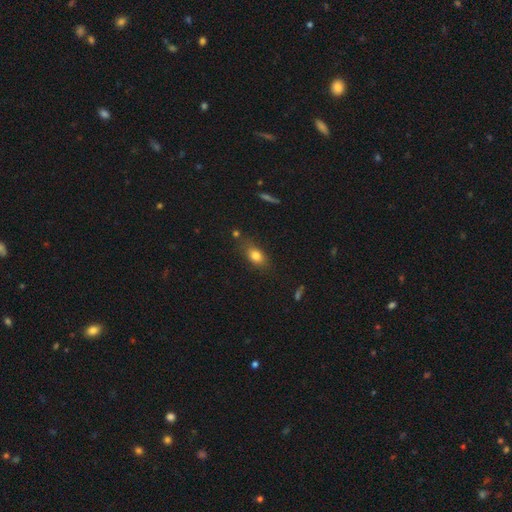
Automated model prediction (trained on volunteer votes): This is likely a smooth galaxy (79%). How rounded: likely in between (75%). Merging: likely none (71%).